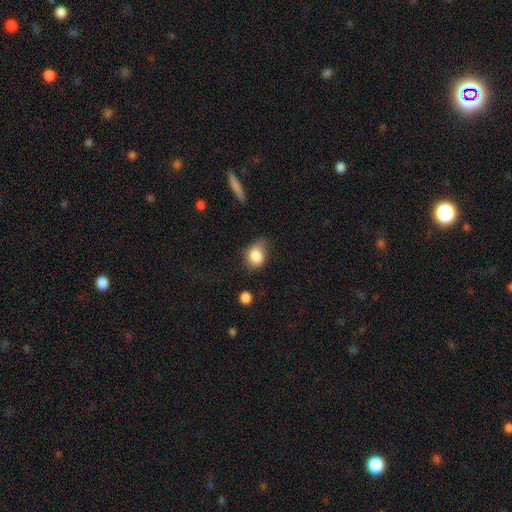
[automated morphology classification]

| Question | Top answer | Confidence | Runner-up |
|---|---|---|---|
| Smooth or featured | smooth | 84% | star or artifact (9%) |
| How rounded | in between | 62% | round (37%) |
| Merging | none | 46% | minor disturbance (38%) |